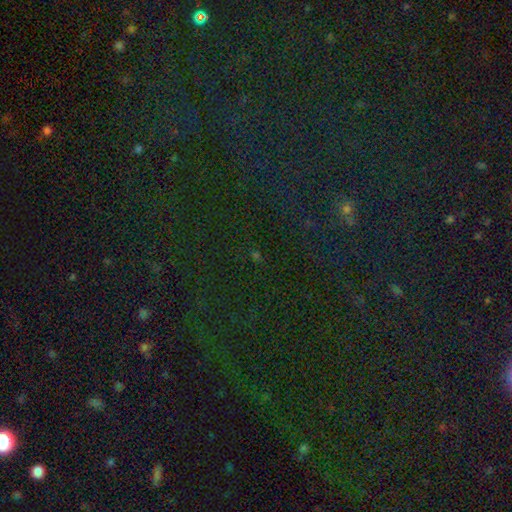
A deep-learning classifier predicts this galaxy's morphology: A star or artifact, not a galaxy (73%).